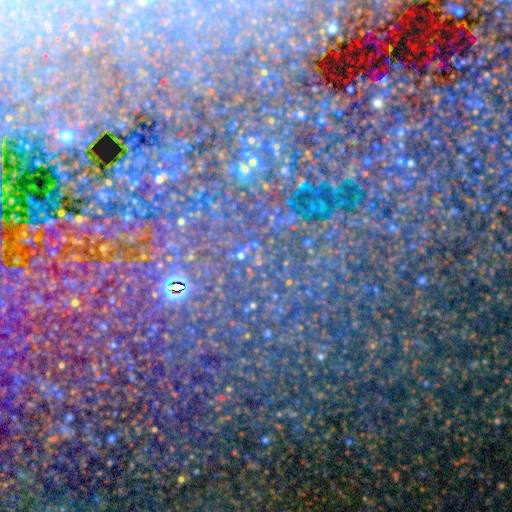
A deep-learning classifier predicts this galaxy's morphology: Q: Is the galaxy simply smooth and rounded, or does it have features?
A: star or artifact — 72%.